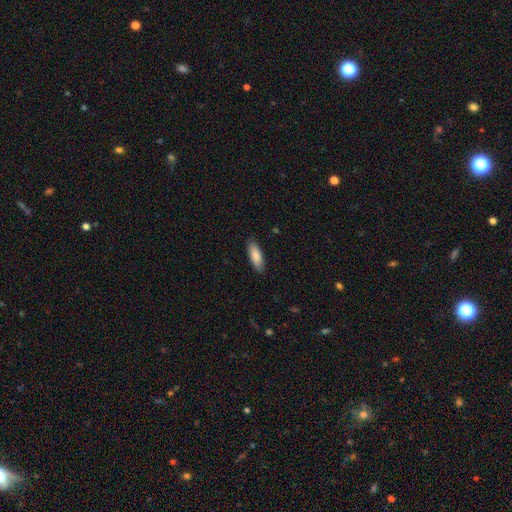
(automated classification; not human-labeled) Q: Smooth or featured?
A: smooth (87%); runner-up: featured or disk (8%)
Q: How rounded?
A: in between (64%); runner-up: cigar-shaped (34%)
Q: Merging?
A: none (87%); runner-up: minor disturbance (10%)